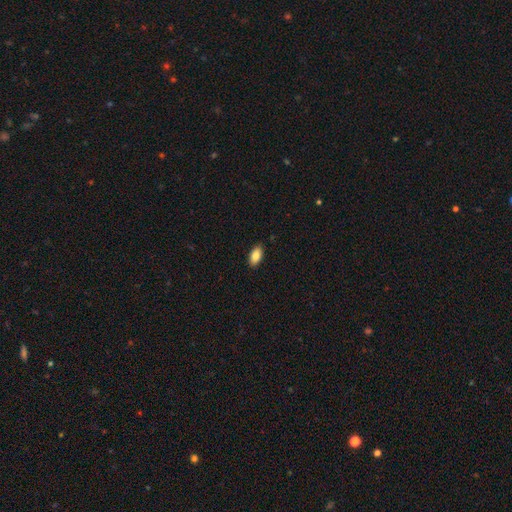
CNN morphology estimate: smooth_or_featured: smooth (p=0.86) [alt: star or artifact p=0.07]
how_rounded: in between (p=0.93) [alt: cigar-shaped p=0.04]
merging: none (p=0.90) [alt: minor disturbance p=0.08]